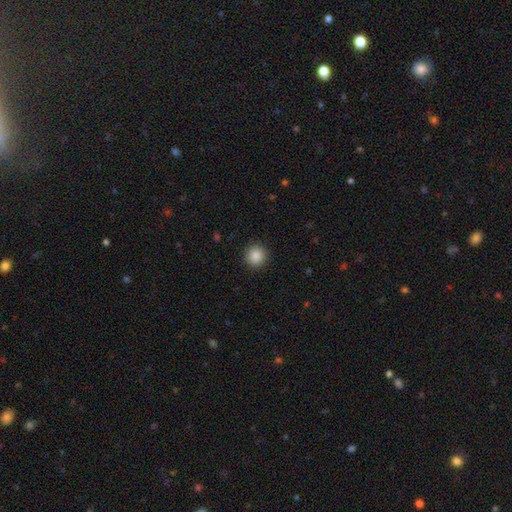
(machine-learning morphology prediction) This appears to be a smooth galaxy with no disk features (88%) that is round (94%). Merging: none (92%).